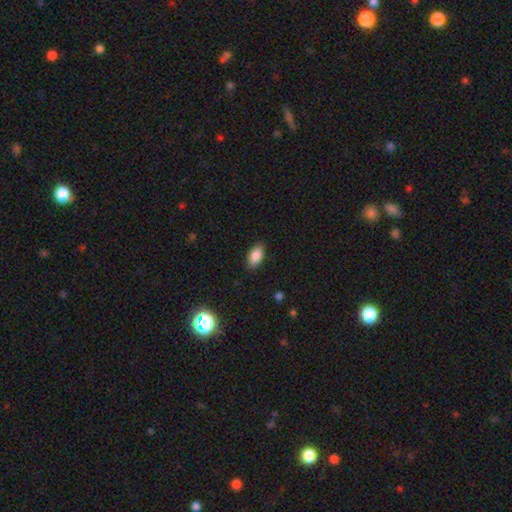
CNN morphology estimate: A smooth galaxy with no disk features (86%) that is in between round and cigar-shaped (91%).

Vote fractions:
- Smooth or featured? smooth: 86% / star or artifact: 8% / featured or disk: 6%
- How rounded? in between: 91% / cigar-shaped: 5% / round: 4%
- Merging? none: 85% / minor disturbance: 11% / major disturbance: 2% / merger: 1%